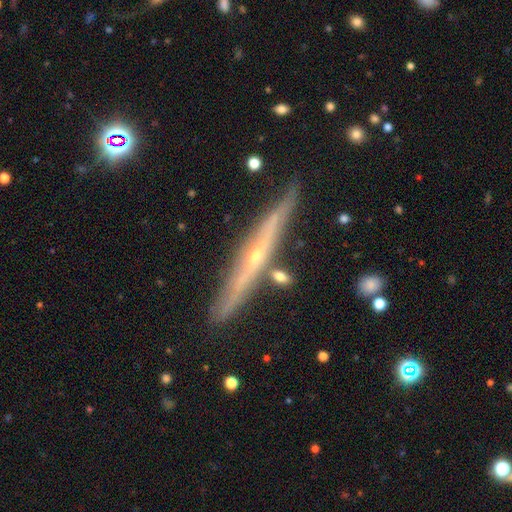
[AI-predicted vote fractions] The model was most divided on "edge-on bulge": rounded: 70%, none: 28%, boxy: 3%. More confident: edge-on disk — yes (95%); merging — none (86%); smooth or featured — featured or disk (77%).